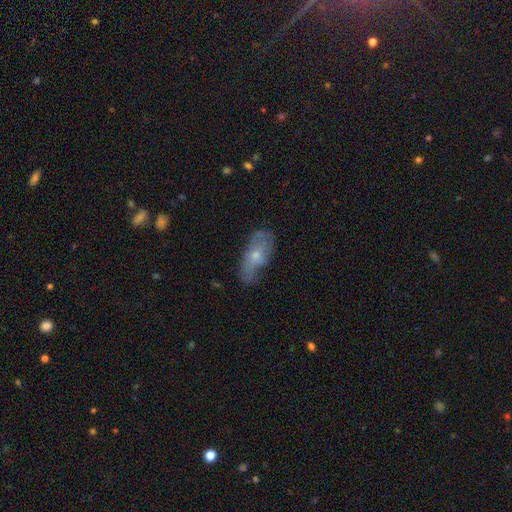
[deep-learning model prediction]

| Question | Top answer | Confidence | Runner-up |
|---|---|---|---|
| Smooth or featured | smooth | 50% | featured or disk (42%) |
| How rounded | in between | 83% | cigar-shaped (13%) |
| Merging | none | 54% | minor disturbance (31%) |